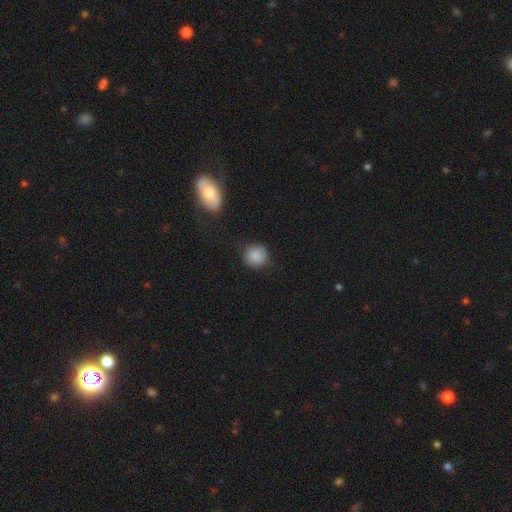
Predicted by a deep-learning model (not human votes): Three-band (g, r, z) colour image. It shows a smooth galaxy with no disk features (86%) that is round (90%). Merging: none (83%).